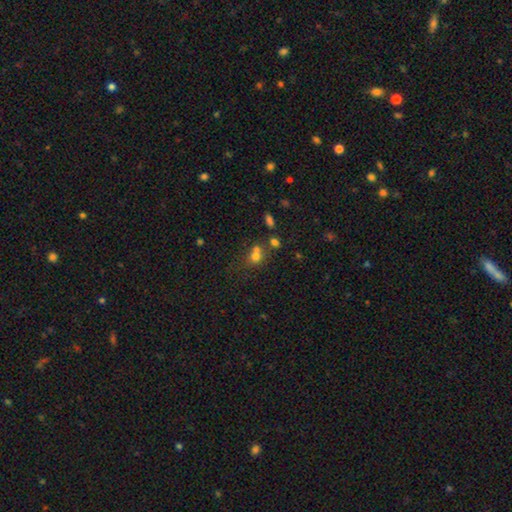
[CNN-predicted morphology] smooth-or-featured: smooth: 68% | star or artifact: 18% | featured or disk: 14%
  how-rounded: round: 71% | in between: 28% | cigar-shaped: 1%
  merging: merger: 46% | none: 38% | minor disturbance: 10% | major disturbance: 6%